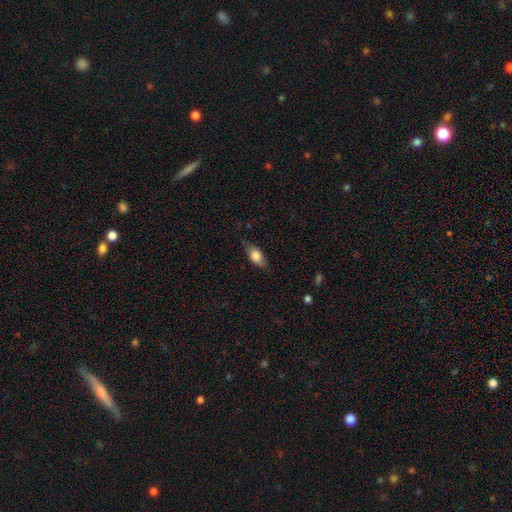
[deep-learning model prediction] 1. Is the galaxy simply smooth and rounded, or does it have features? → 71% smooth, 22% featured or disk, 7% star or artifact.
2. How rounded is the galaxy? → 81% in between, 13% cigar-shaped, 5% round.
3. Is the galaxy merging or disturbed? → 75% none, 19% minor disturbance, 4% major disturbance, 1% merger.